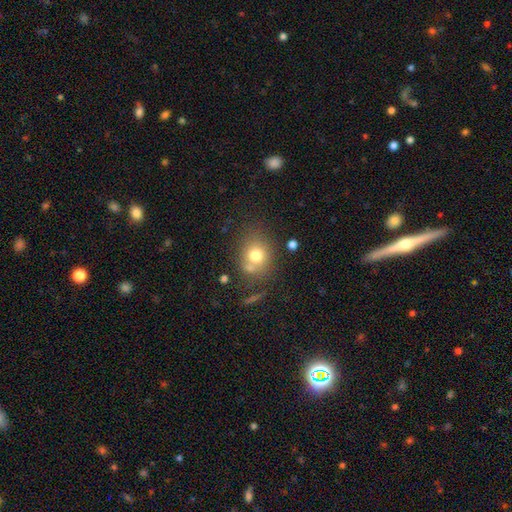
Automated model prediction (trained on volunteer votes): Q: Smooth or featured?
A: smooth (74%); runner-up: featured or disk (14%)
Q: How rounded?
A: round (67%); runner-up: in between (32%)
Q: Merging?
A: none (60%); runner-up: merger (17%)